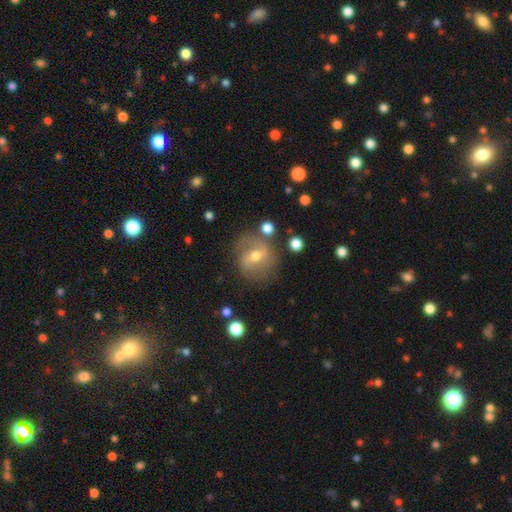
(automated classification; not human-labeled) The model was most divided on "bar": weak: 46%, strong: 32%, no: 22%. More confident: edge-on disk — no (95%); merging — none (72%); spiral arms — yes (68%); bulge size — moderate (68%); smooth or featured — featured or disk (60%).